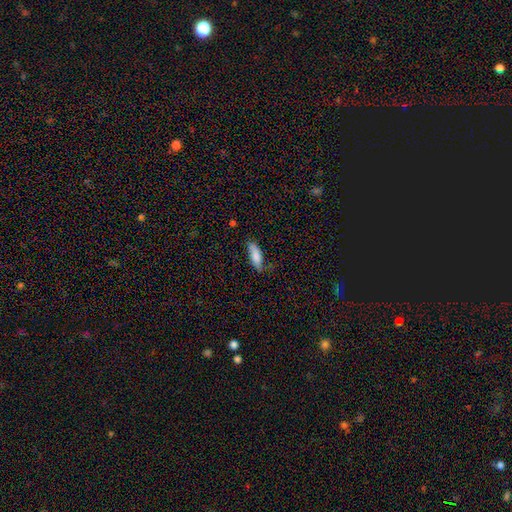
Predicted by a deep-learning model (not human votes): smooth-or-featured: smooth: 79% | featured or disk: 14% | star or artifact: 6%
  how-rounded: in between: 65% | cigar-shaped: 33% | round: 2%
  merging: none: 64% | minor disturbance: 27% | major disturbance: 7% | merger: 2%